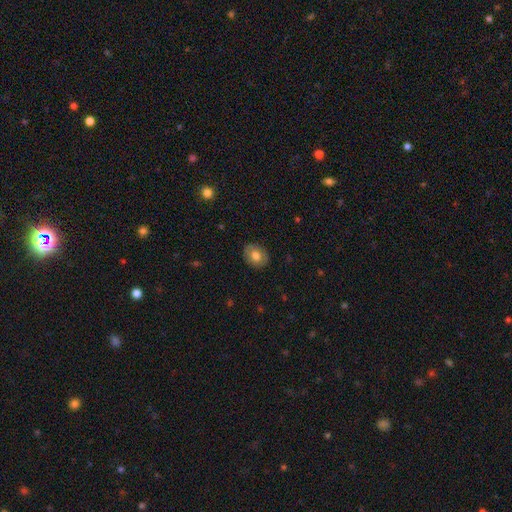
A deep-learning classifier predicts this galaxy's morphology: This appears to be a smooth galaxy with no disk features (73%) that is round (52%). Merging: none (87%).